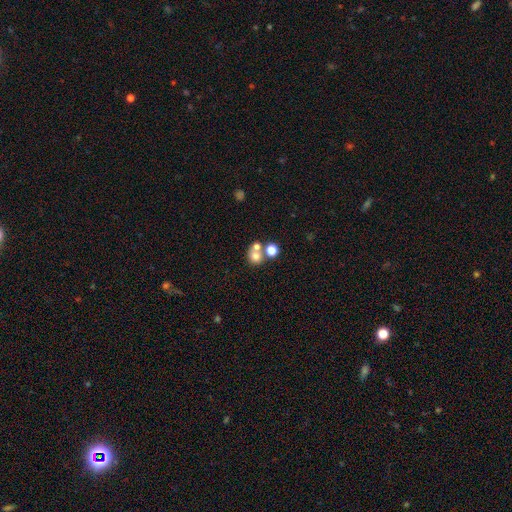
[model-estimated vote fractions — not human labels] smooth 69%, featured or disk 16%, star or artifact 15%. Down the decision tree: how rounded — round (80%); merging — merger (48%).